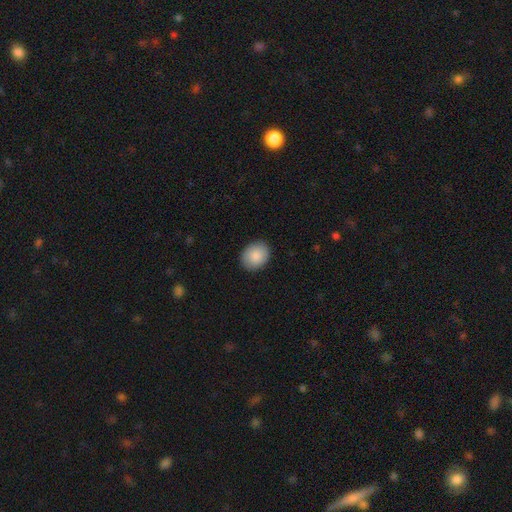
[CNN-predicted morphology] Smooth or featured? smooth (88%)
How rounded? in between (50%, tied with round)
Merging? none (89%)